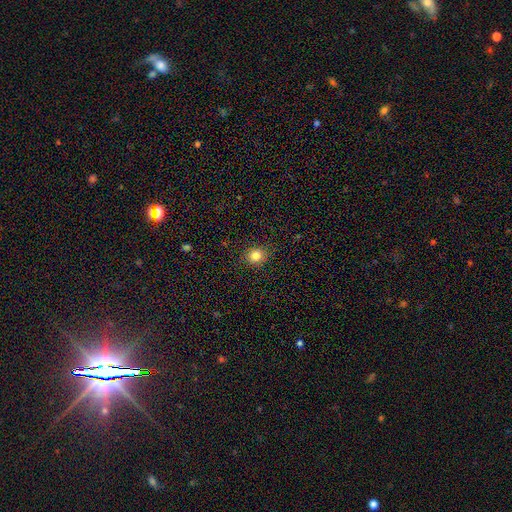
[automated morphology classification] Smooth or featured?
  - smooth: 82% *
  - star or artifact: 12%
  - featured or disk: 6%
How rounded?
  - round: 78% *
  - in between: 21%
  - cigar-shaped: 1%
Merging?
  - none: 89% *
  - minor disturbance: 8%
  - major disturbance: 2%
  - merger: 1%